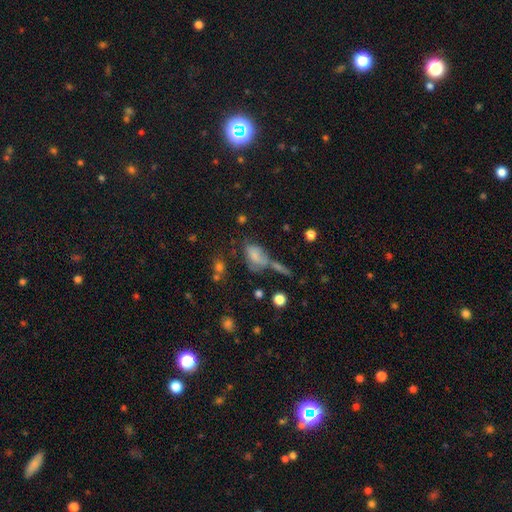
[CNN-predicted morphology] smooth_or_featured: smooth (p=0.68) [alt: featured or disk p=0.19]
how_rounded: in between (p=0.84) [alt: round p=0.12]
merging: none (p=0.31) [alt: merger p=0.30]